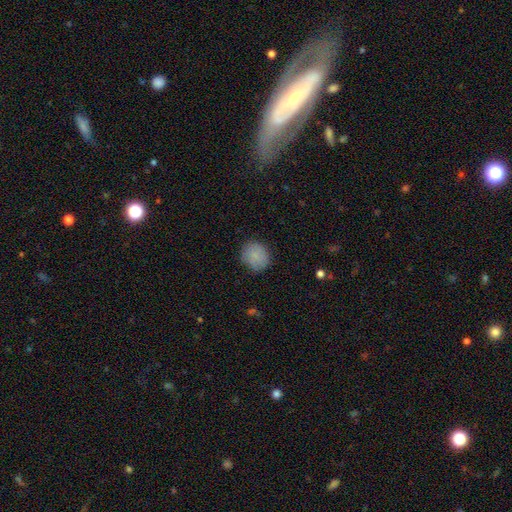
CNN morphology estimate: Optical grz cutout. It shows a smooth galaxy with no disk features (84%) that is round (78%). Merging: none (80%).